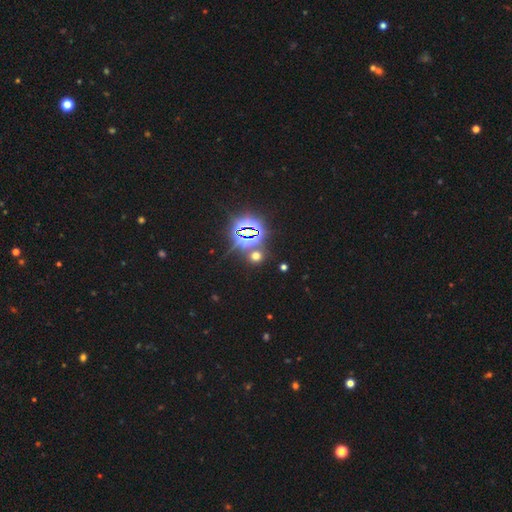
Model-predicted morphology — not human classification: Overall: star or artifact (50%; smooth 42%).